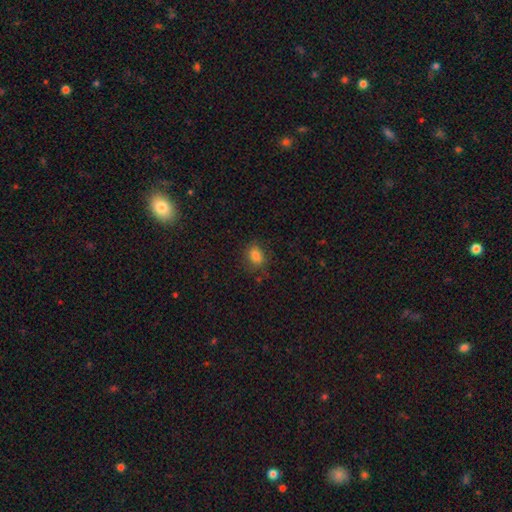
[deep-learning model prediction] A smooth galaxy with no disk features (80%) that is in between round and cigar-shaped (62%). Merging: none (76%).